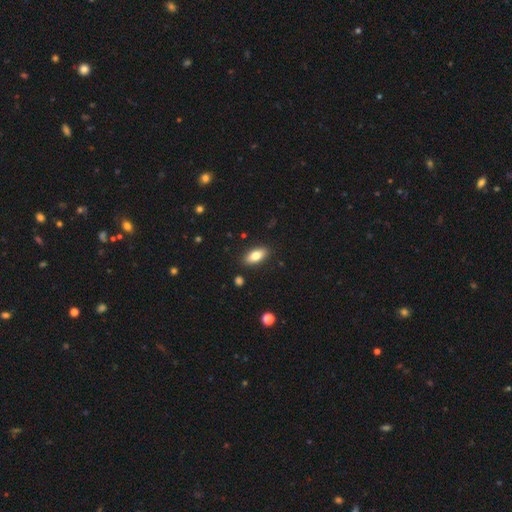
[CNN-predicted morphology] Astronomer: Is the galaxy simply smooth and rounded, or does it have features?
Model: smooth — 76%.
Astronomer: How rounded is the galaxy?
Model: in between — 86%.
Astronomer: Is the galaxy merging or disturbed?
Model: none — 88%.